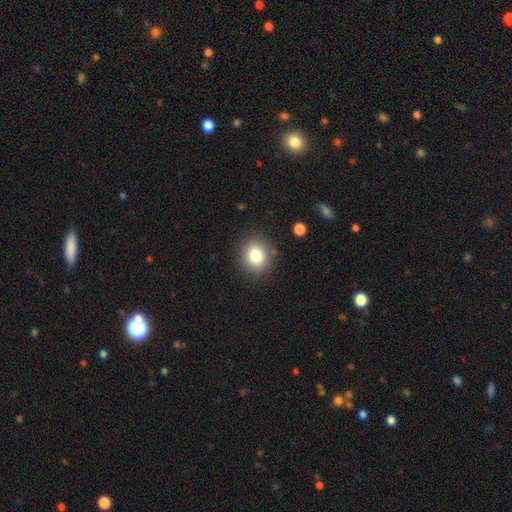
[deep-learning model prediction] A smooth galaxy with no disk features (81%) that is round (74%). Merging: none (86%).